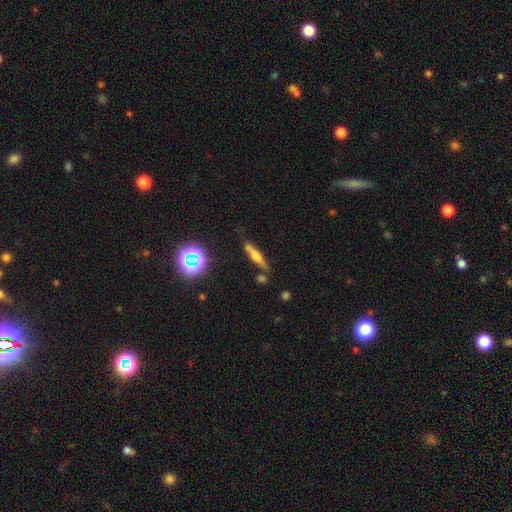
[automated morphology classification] This is marginally a featured or disk galaxy (45%). Merging: likely none (72%).